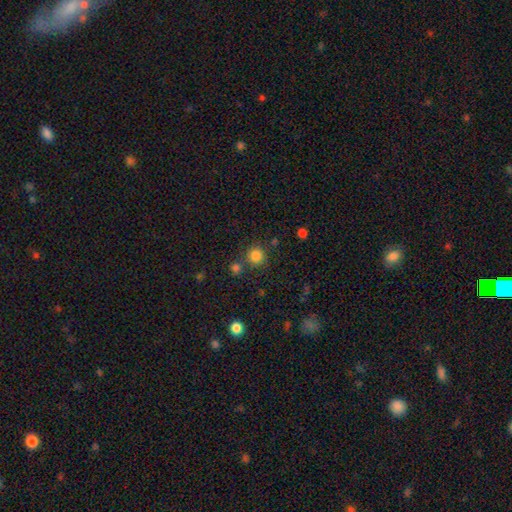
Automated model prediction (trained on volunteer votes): The model was most divided on "merging": none: 77%, merger: 11%, minor disturbance: 8%, major disturbance: 3%. More confident: how rounded — round (93%); smooth or featured — smooth (81%).